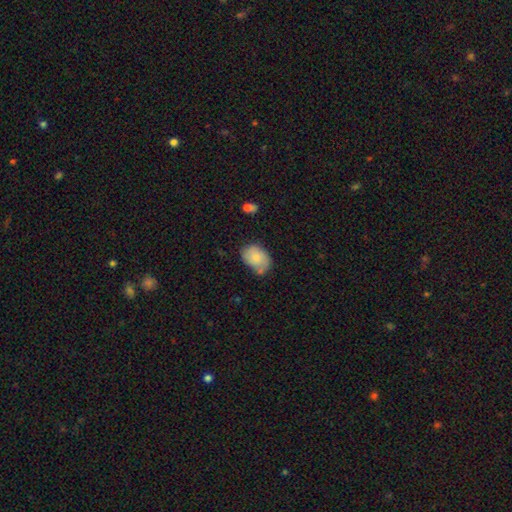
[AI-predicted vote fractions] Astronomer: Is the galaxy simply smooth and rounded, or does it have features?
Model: smooth — 78%.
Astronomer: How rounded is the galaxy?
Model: in between — 78%.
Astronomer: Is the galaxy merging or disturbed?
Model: none — 56%.